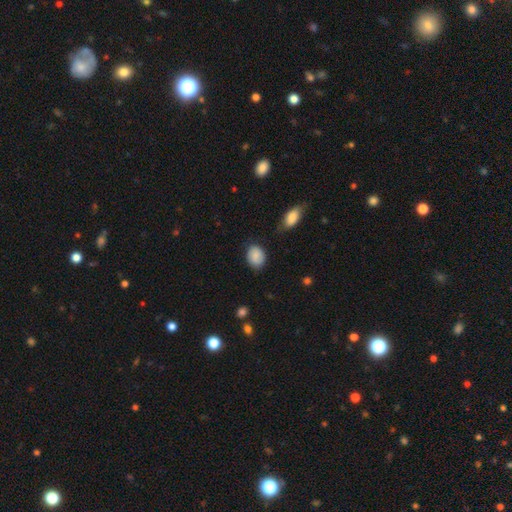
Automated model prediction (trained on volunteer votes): Q: Smooth or featured?
A: smooth (84%); runner-up: featured or disk (9%)
Q: How rounded?
A: in between (64%); runner-up: round (35%)
Q: Merging?
A: none (78%); runner-up: minor disturbance (16%)